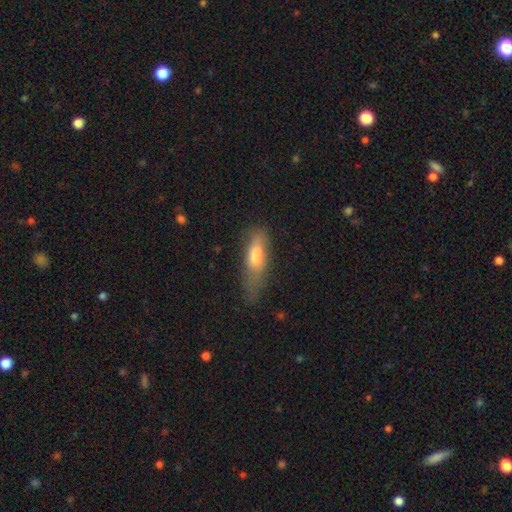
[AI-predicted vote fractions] Smooth or featured? smooth (68%)
How rounded? cigar-shaped (50%)
Merging? none (44%)